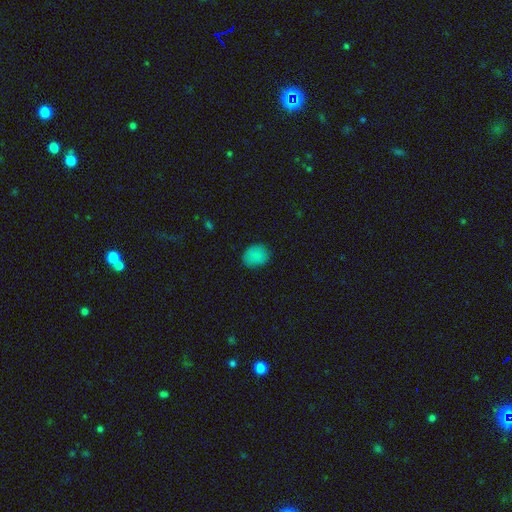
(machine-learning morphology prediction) Q: Smooth or featured?
A: smooth (83%); runner-up: star or artifact (12%)
Q: How rounded?
A: round (52%); runner-up: in between (47%)
Q: Merging?
A: none (80%); runner-up: minor disturbance (15%)